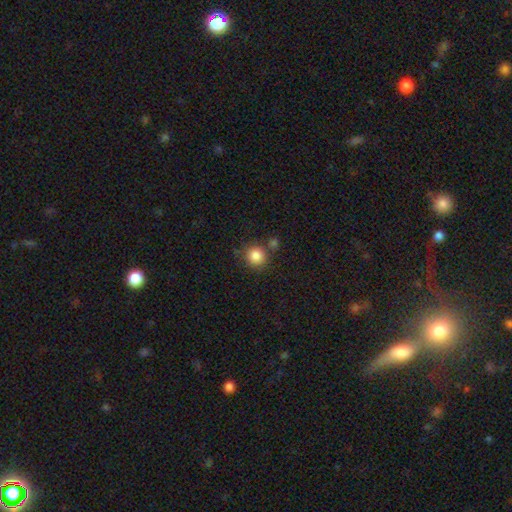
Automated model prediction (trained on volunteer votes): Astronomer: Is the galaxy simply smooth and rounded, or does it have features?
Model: smooth — 85%.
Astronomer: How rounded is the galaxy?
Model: round — 91%.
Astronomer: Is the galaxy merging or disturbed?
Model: none — 75%.